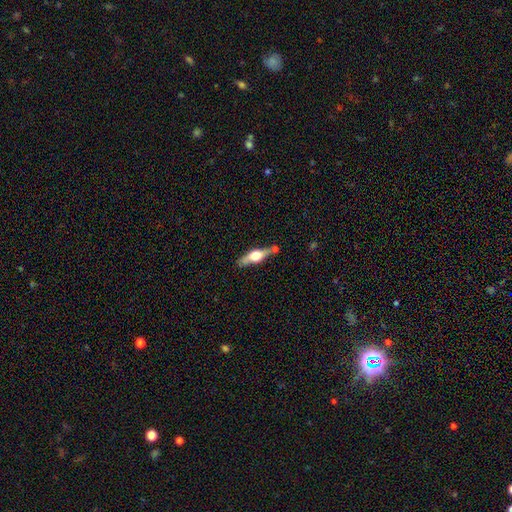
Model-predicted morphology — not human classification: Q: Smooth or featured?
A: featured or disk (62%); runner-up: smooth (32%)
Q: Edge-on disk?
A: yes (91%); runner-up: no (9%)
Q: Edge-on bulge?
A: rounded (94%); runner-up: boxy (4%)
Q: Merging?
A: none (67%); runner-up: minor disturbance (17%)